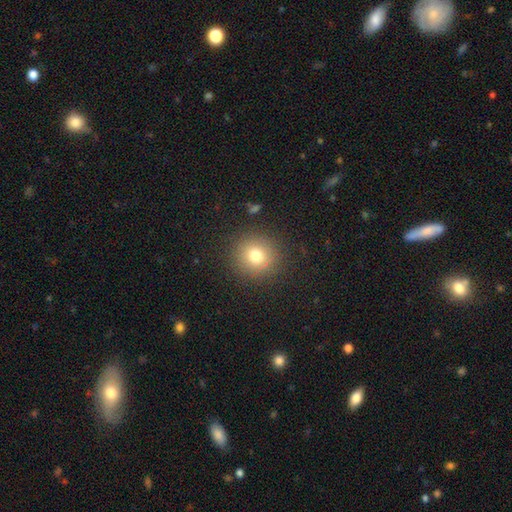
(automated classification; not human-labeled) Smooth or featured: smooth — 76% (star or artifact — 14%)
How rounded: round — 92% (in between — 7%)
Merging: none — 88% (minor disturbance — 7%)